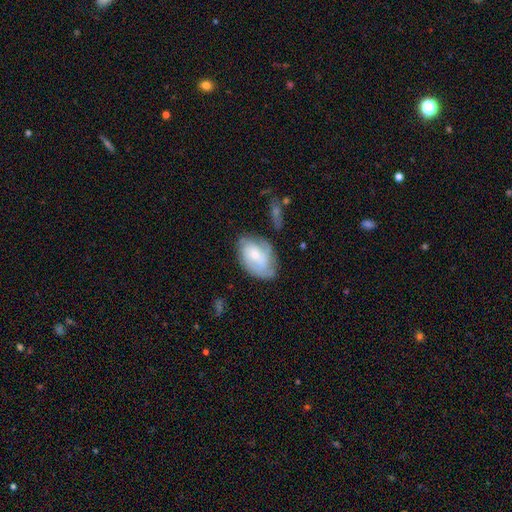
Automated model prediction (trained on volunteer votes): Q: Smooth or featured?
A: featured or disk (54%); runner-up: smooth (39%)
Q: Edge-on disk?
A: no (95%); runner-up: yes (5%)
Q: Bar?
A: no (65%); runner-up: weak (30%)
Q: Spiral arms?
A: yes (76%); runner-up: no (24%)
Q: Bulge size?
A: small (51%); runner-up: moderate (39%)
Q: Merging?
A: none (56%); runner-up: minor disturbance (29%)